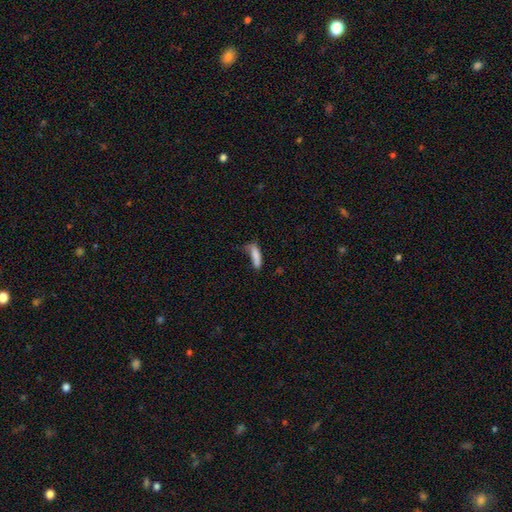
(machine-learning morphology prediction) Smooth or featured? smooth (81%)
How rounded? cigar-shaped (61%)
Merging? none (41%)